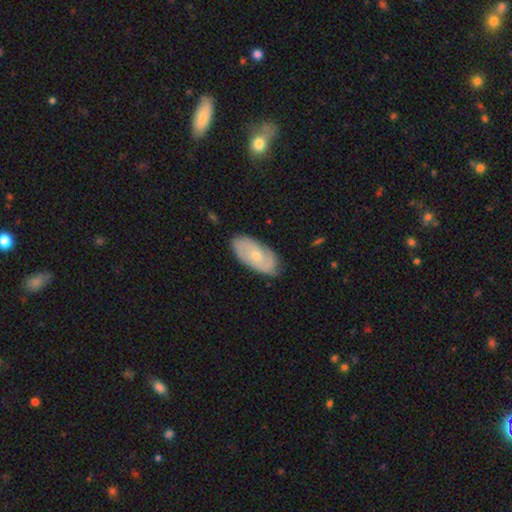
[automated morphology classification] Smooth or featured: featured or disk — 49% (smooth — 45%)
Merging: none — 80% (minor disturbance — 16%)